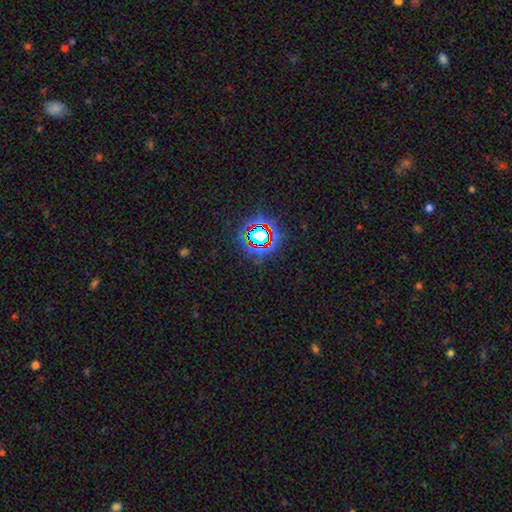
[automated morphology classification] The model was most divided on "smooth or featured": star or artifact: 76%, smooth: 15%, featured or disk: 10%.